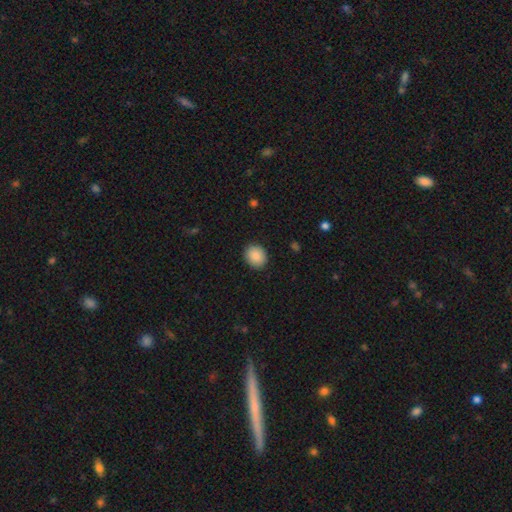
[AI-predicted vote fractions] Smooth or featured?
  - smooth: 88% *
  - star or artifact: 8%
  - featured or disk: 4%
How rounded?
  - round: 70% *
  - in between: 29%
  - cigar-shaped: 1%
Merging?
  - none: 90% *
  - minor disturbance: 7%
  - major disturbance: 2%
  - merger: 1%